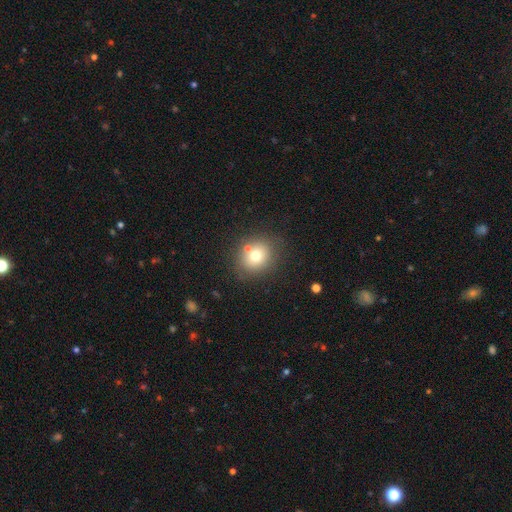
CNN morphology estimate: The model was most divided on "how rounded": round: 76%, in between: 23%, cigar-shaped: 1%. More confident: merging — none (73%); smooth or featured — smooth (71%).